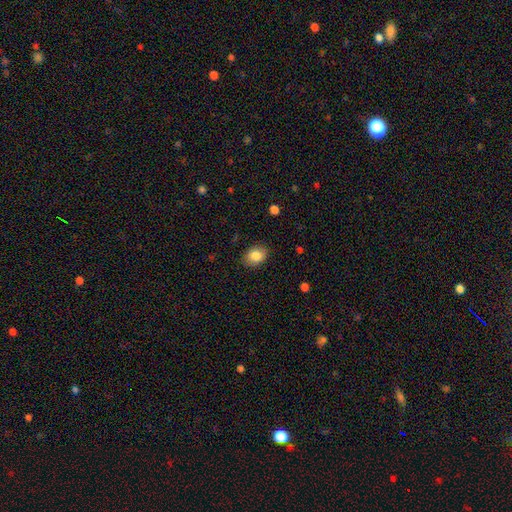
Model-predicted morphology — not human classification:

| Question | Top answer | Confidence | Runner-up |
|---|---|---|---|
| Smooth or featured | smooth | 85% | star or artifact (8%) |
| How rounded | in between | 71% | round (28%) |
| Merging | none | 86% | minor disturbance (11%) |